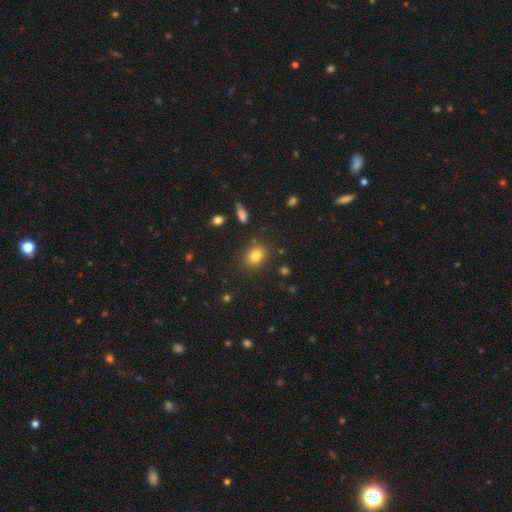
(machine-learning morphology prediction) A smooth galaxy with no disk features (80%) that is in between round and cigar-shaped (59%). Merging: none (84%).